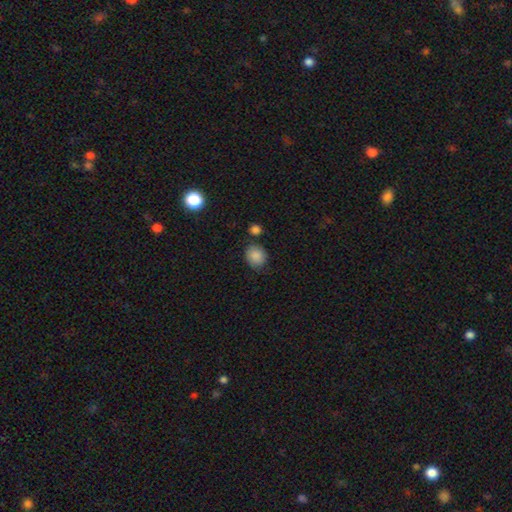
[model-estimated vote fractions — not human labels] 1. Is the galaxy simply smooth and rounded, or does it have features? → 87% smooth, 9% star or artifact, 5% featured or disk.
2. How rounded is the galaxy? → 65% round, 34% in between, 1% cigar-shaped.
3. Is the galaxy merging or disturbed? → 73% none, 16% minor disturbance, 7% merger, 4% major disturbance.